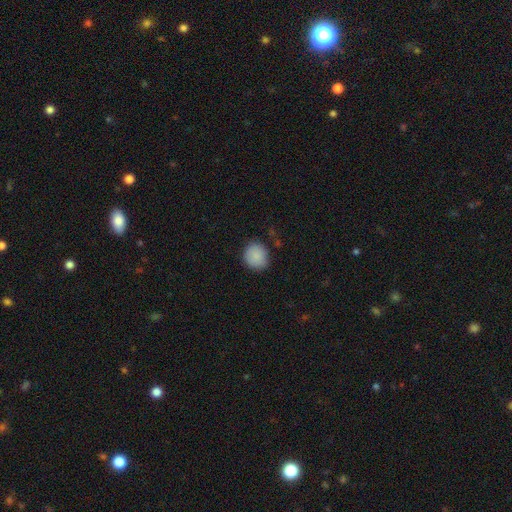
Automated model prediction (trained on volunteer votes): A smooth galaxy with no disk features (88%) that is round (84%).

Vote fractions:
- Smooth or featured? smooth: 88% / star or artifact: 8% / featured or disk: 4%
- How rounded? round: 84% / in between: 15% / cigar-shaped: 1%
- Merging? none: 84% / minor disturbance: 12% / major disturbance: 3% / merger: 1%